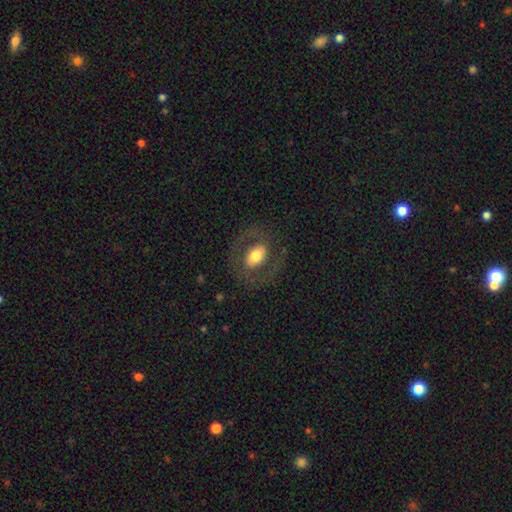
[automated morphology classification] A smooth galaxy with no disk features (48%).

Vote fractions:
- Smooth or featured? smooth: 48% / featured or disk: 45% / star or artifact: 7%
- Merging? none: 74% / minor disturbance: 13% / major disturbance: 12% / merger: 1%